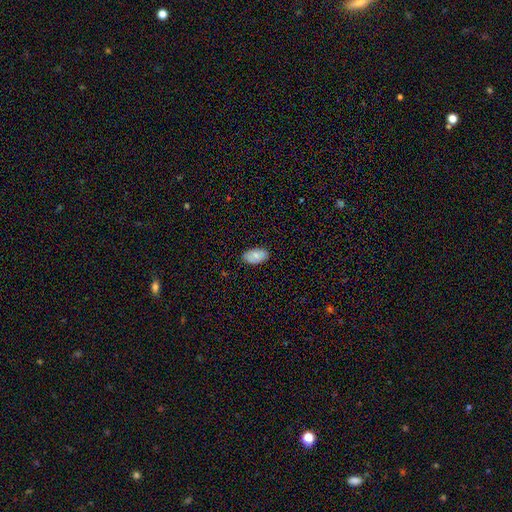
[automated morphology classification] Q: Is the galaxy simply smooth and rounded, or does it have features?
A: smooth — 76%.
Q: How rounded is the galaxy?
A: in between — 94%.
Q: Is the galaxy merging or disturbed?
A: none — 85%.